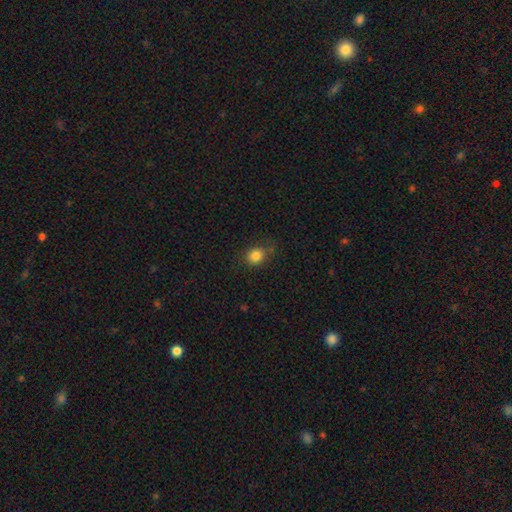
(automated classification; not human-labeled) A smooth galaxy with no disk features (83%) that is round (73%). Merging: none (77%).